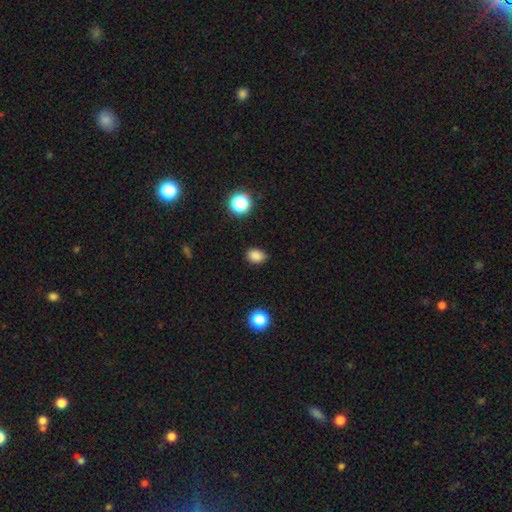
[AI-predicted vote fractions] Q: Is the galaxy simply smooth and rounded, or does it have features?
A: smooth — 83%.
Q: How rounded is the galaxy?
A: in between — 64%.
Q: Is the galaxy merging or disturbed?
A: none — 85%.